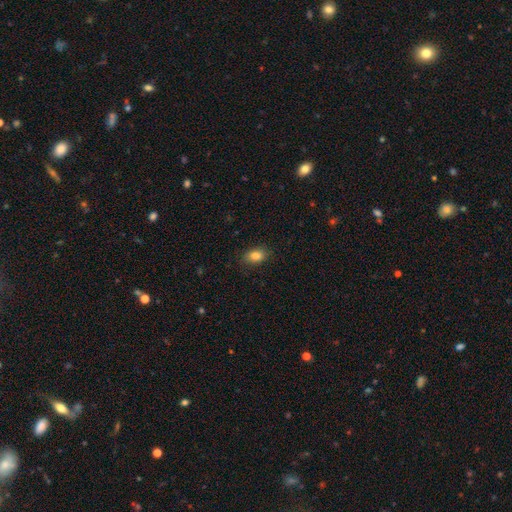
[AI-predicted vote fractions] smooth 84%, star or artifact 9%, featured or disk 7%. Down the decision tree: how rounded — in between (81%); merging — none (85%).